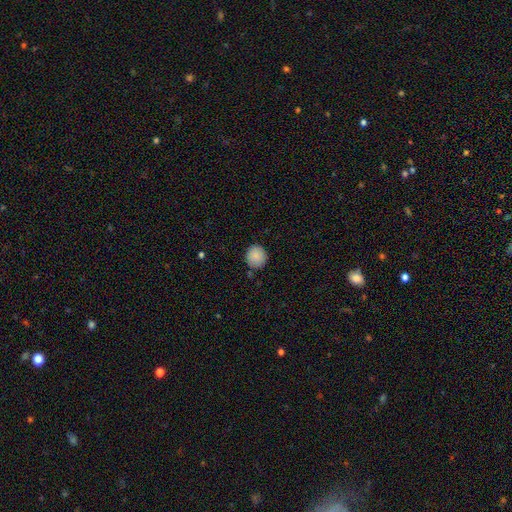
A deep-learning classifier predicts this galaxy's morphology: Q: Smooth or featured?
A: smooth (88%); runner-up: star or artifact (8%)
Q: How rounded?
A: round (90%); runner-up: in between (9%)
Q: Merging?
A: none (86%); runner-up: minor disturbance (10%)